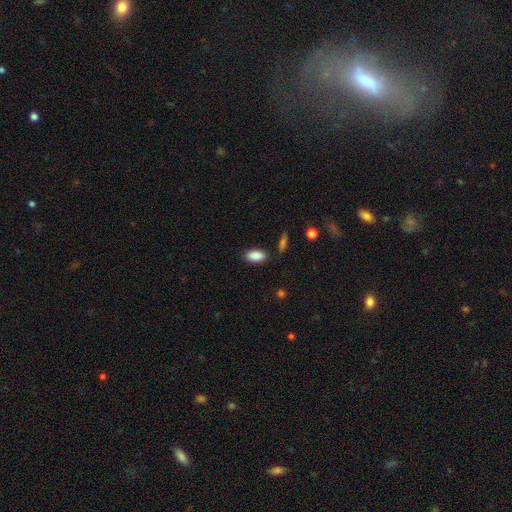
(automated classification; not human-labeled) Smooth or featured? Predicted: smooth (p=0.89). How rounded? Predicted: in between (p=0.92). Merging? Predicted: none (p=0.83).